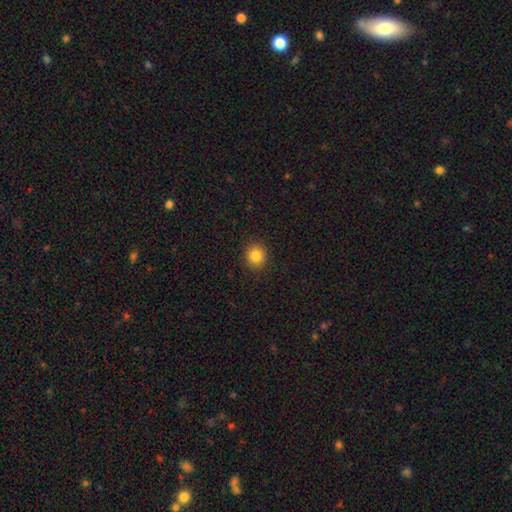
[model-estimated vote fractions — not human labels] smooth-or-featured: smooth: 85% | star or artifact: 11% | featured or disk: 5%
  how-rounded: round: 83% | in between: 16% | cigar-shaped: 1%
  merging: none: 90% | minor disturbance: 6% | major disturbance: 2% | merger: 1%